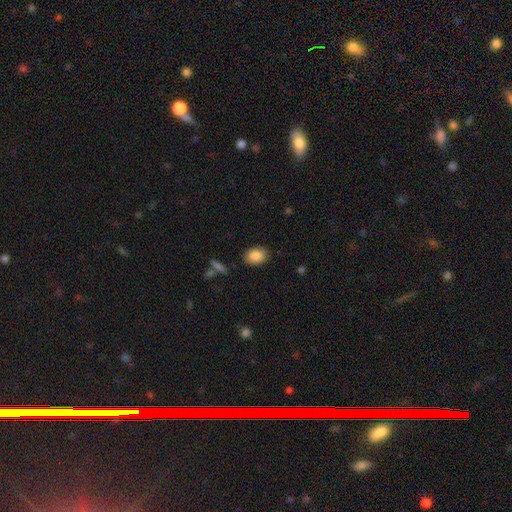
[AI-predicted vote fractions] Smooth or featured?
  - smooth: 87% *
  - star or artifact: 8%
  - featured or disk: 5%
How rounded?
  - in between: 78% *
  - round: 21%
  - cigar-shaped: 1%
Merging?
  - none: 86% *
  - minor disturbance: 10%
  - major disturbance: 3%
  - merger: 1%